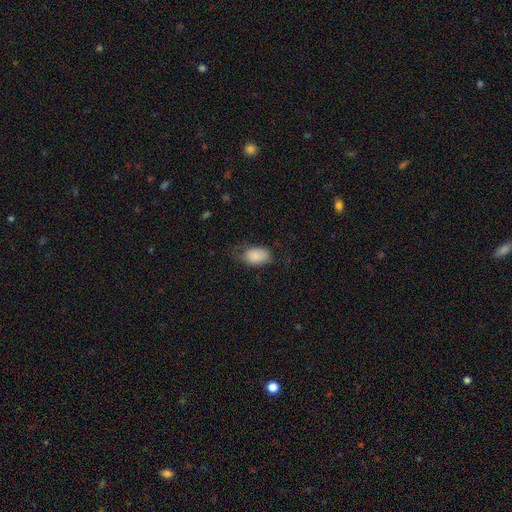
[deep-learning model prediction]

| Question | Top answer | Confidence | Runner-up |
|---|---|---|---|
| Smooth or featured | smooth | 84% | featured or disk (9%) |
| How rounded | in between | 90% | round (9%) |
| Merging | none | 52% | minor disturbance (31%) |